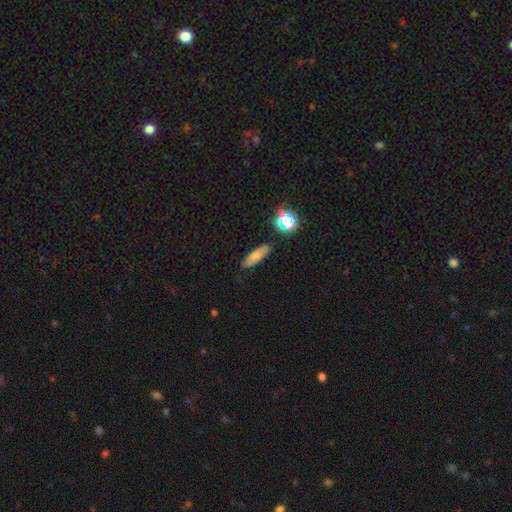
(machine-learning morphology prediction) A smooth galaxy with no disk features (70%) that is in between round and cigar-shaped (50%).

Vote fractions:
- Smooth or featured? smooth: 70% / featured or disk: 17% / star or artifact: 13%
- How rounded? in between: 50% / cigar-shaped: 46% / round: 5%
- Merging? none: 83% / minor disturbance: 12% / major disturbance: 3% / merger: 2%